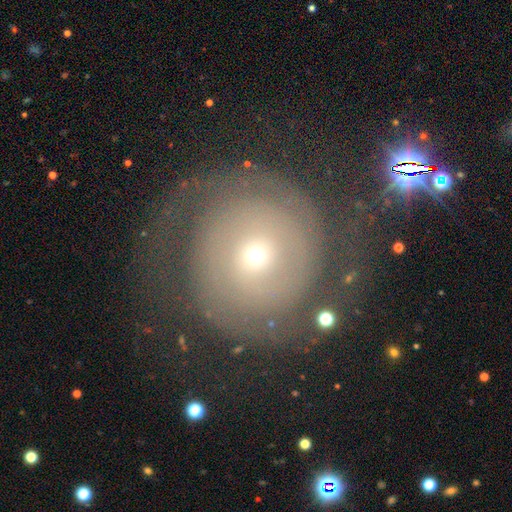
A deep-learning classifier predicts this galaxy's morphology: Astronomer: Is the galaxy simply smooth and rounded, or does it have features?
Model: featured or disk — 76%.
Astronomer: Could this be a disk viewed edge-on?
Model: no — 97%.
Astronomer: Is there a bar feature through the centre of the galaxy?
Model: no — 80%.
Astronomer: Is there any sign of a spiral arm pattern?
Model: yes — 86%.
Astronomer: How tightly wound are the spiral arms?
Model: tight — 66%.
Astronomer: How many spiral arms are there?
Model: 2 — 64%.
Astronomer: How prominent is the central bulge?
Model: small — 79%.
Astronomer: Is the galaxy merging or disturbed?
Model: none — 68%.